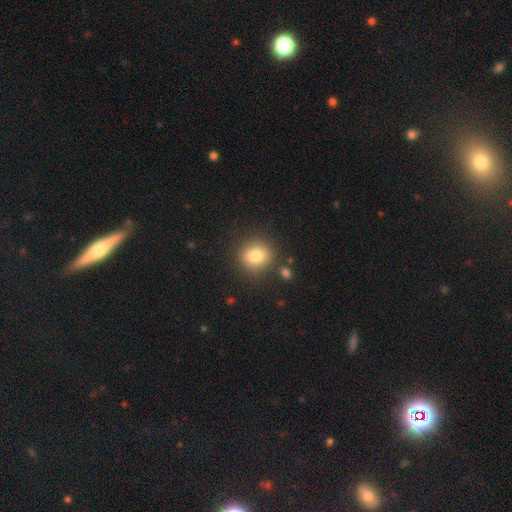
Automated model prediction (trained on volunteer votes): Smooth or featured? Predicted: smooth (p=0.81). How rounded? Predicted: round (p=0.78). Merging? Predicted: none (p=0.84).